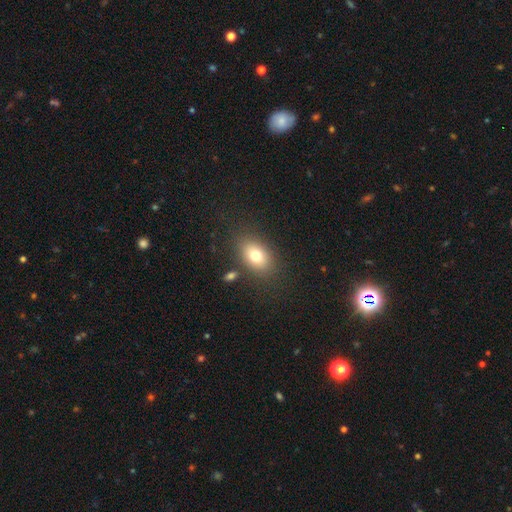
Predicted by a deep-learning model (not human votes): This appears to be a smooth galaxy with no disk features (76%) that is in between round and cigar-shaped (79%). Merging: none (80%).